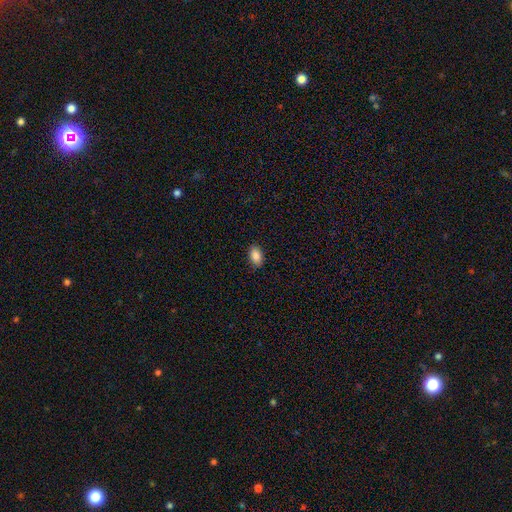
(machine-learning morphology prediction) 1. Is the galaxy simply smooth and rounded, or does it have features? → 88% smooth, 8% star or artifact, 4% featured or disk.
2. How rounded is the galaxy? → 90% in between, 8% round, 2% cigar-shaped.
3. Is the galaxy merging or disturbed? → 86% none, 11% minor disturbance, 2% major disturbance, 1% merger.